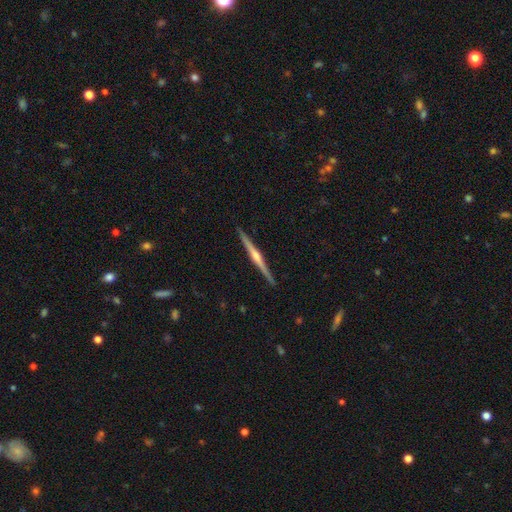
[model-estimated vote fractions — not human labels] Smooth or featured: featured or disk — 83% (smooth — 11%)
Edge-on disk: yes — 99% (no — 1%)
Edge-on bulge: rounded — 86% (none — 8%)
Merging: none — 92% (minor disturbance — 5%)